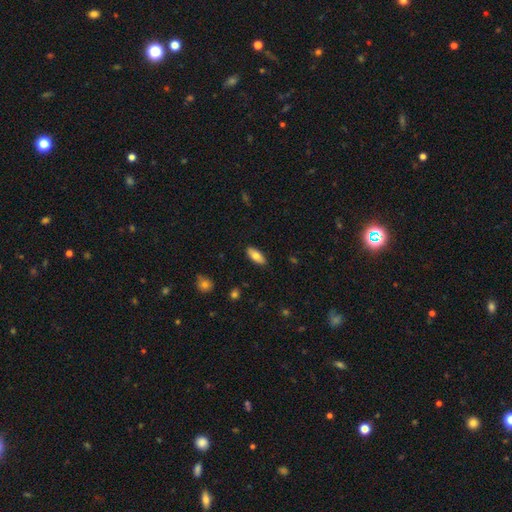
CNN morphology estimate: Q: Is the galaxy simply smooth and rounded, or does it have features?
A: smooth — 75%.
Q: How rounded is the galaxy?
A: in between — 83%.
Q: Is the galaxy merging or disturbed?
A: none — 88%.